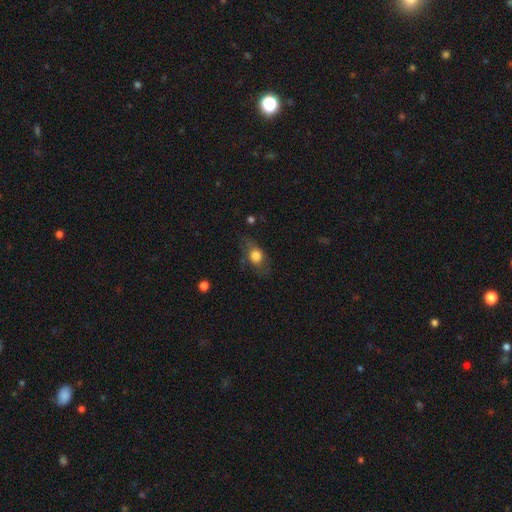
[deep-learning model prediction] Smooth or featured? Predicted: smooth (p=0.67). How rounded? Predicted: in between (p=0.65). Merging? Predicted: none (p=0.58).